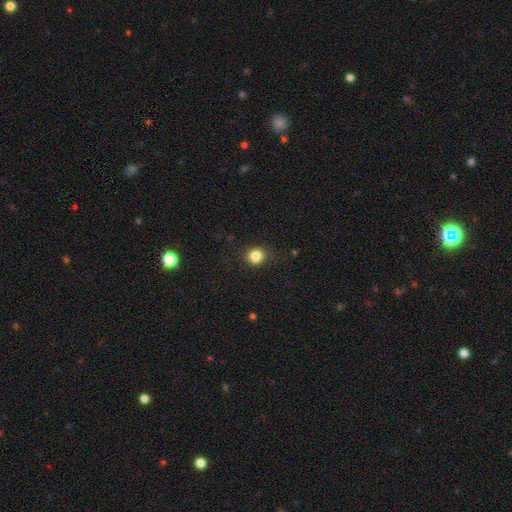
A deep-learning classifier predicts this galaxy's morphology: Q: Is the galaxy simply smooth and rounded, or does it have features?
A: smooth — 84%.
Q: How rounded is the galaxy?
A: round — 81%.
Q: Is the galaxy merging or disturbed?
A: none — 84%.